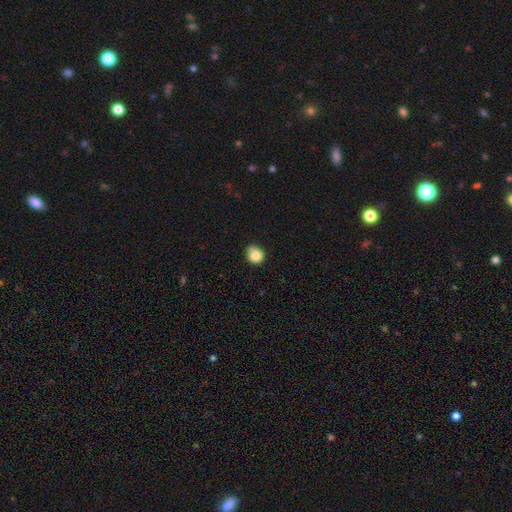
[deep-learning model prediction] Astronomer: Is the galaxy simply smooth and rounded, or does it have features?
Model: smooth — 82%.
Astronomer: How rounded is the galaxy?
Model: round — 80%.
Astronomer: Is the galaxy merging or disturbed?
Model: none — 59%.